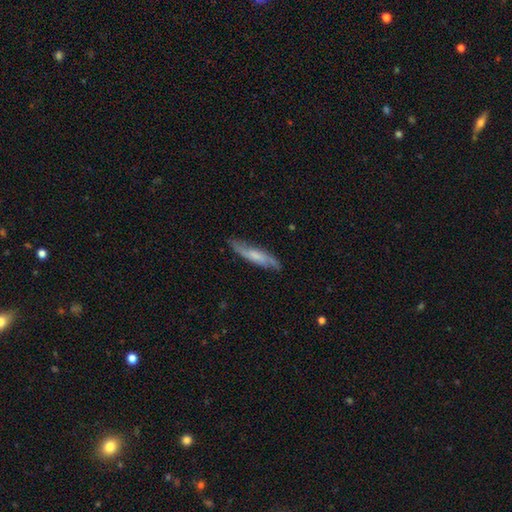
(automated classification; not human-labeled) This appears to be a featured or disk galaxy (55%). Merging: none (79%).